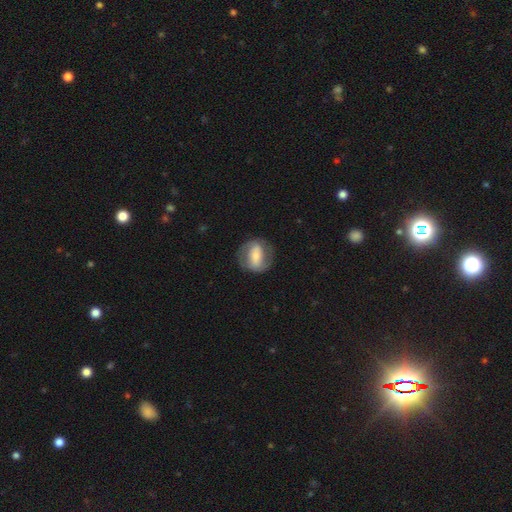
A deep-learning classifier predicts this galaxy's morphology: Smooth or featured? Predicted: featured or disk (p=0.57). Edge-on disk? Predicted: no (p=0.95). Bar? Predicted: strong (p=0.50). Spiral arms? Predicted: yes (p=0.68). Bulge size? Predicted: small (p=0.43). Merging? Predicted: none (p=0.77).